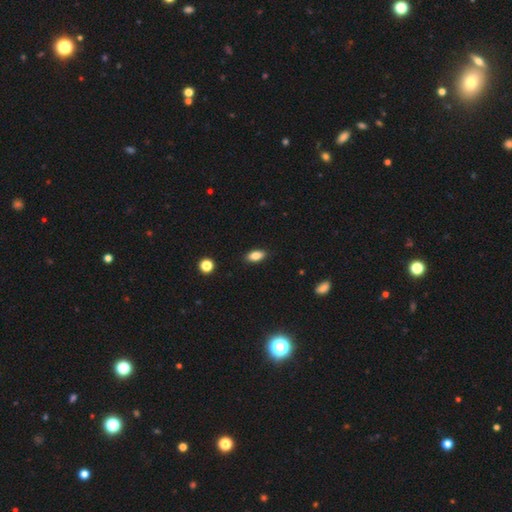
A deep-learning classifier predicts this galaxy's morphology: Overall: smooth (82%). How rounded: in between (88%). Merging: none (88%).